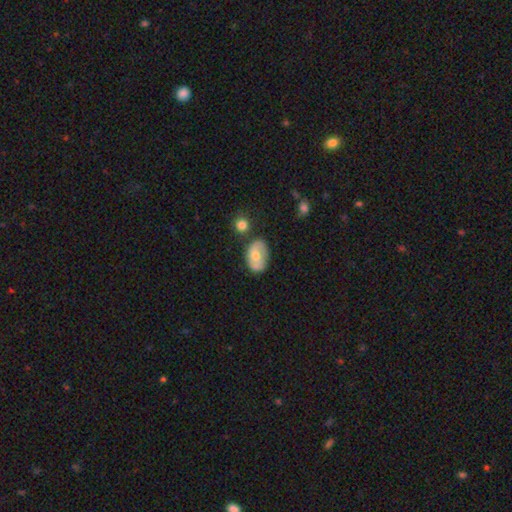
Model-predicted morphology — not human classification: A smooth galaxy with no disk features (56%) that is in between round and cigar-shaped (84%).

Vote fractions:
- Smooth or featured? smooth: 56% / featured or disk: 38% / star or artifact: 7%
- How rounded? in between: 84% / round: 14% / cigar-shaped: 1%
- Merging? none: 62% / minor disturbance: 24% / merger: 8% / major disturbance: 6%